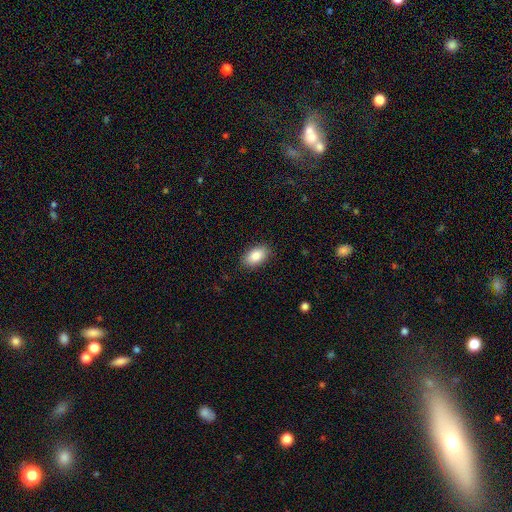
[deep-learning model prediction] smooth_or_featured: smooth (p=0.87) [alt: star or artifact p=0.07]
how_rounded: in between (p=0.93) [alt: round p=0.05]
merging: none (p=0.88) [alt: minor disturbance p=0.09]